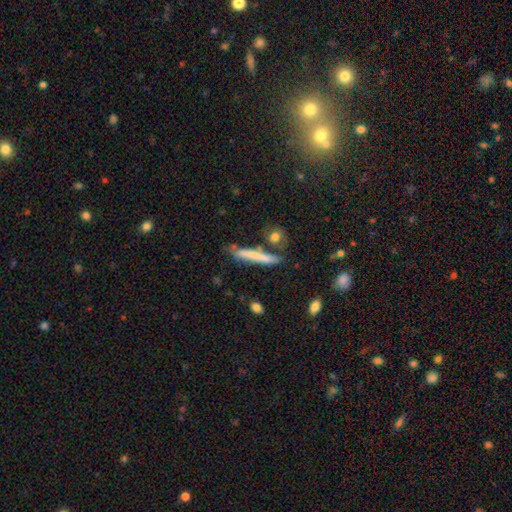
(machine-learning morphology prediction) Smooth or featured? smooth (65%)
How rounded? cigar-shaped (93%)
Merging? none (70%)